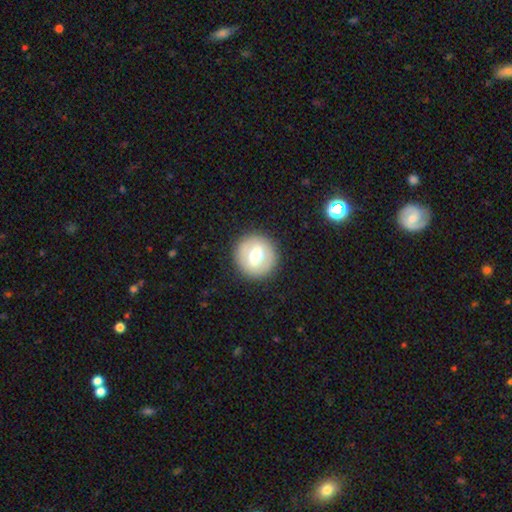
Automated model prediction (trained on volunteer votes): Morphology: type=smooth (53%); roundness=round (92%); merging=none (90%).